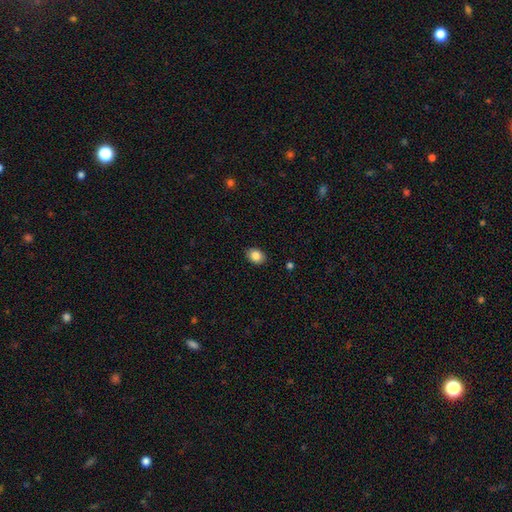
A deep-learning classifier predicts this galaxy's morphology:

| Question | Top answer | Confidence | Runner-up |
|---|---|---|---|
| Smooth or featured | smooth | 86% | star or artifact (9%) |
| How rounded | in between | 61% | round (38%) |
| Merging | none | 88% | minor disturbance (9%) |